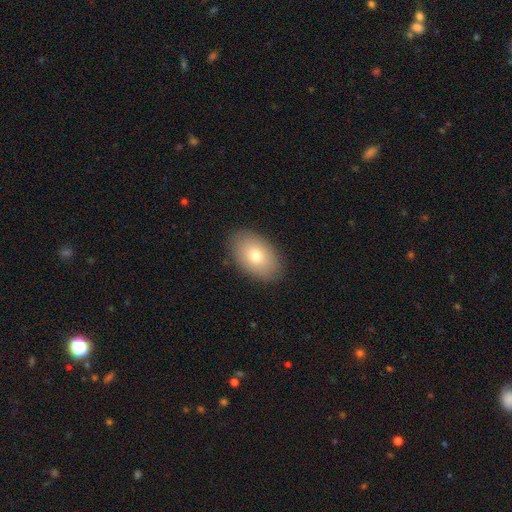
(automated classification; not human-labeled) This is likely a smooth galaxy (75%). How rounded: clearly in between (90%). Merging: clearly none (89%).